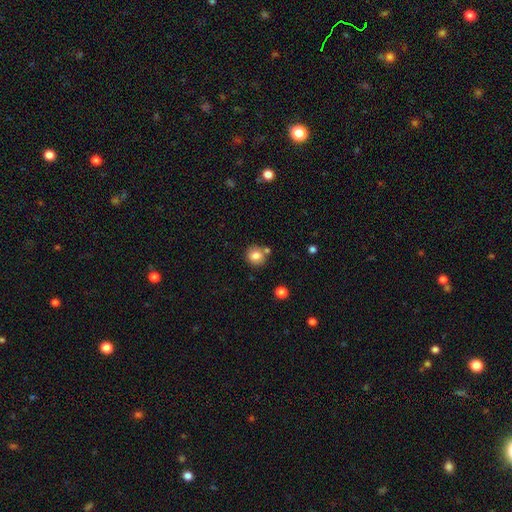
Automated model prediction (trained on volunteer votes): Overall: smooth (82%). How rounded: round (90%). Merging: none (75%).